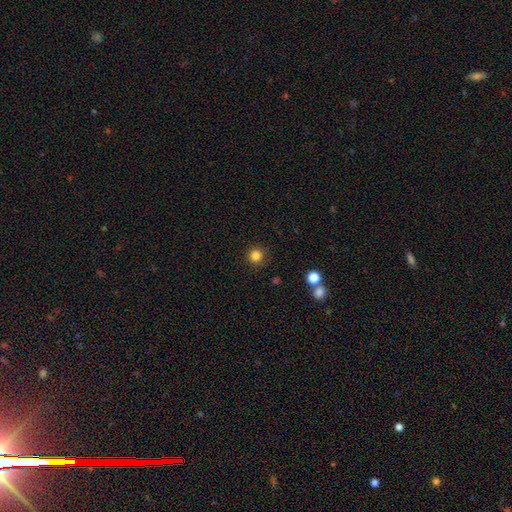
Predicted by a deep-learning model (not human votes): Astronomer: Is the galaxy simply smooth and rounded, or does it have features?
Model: smooth — 84%.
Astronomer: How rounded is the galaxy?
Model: round — 95%.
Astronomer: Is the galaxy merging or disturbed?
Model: none — 90%.